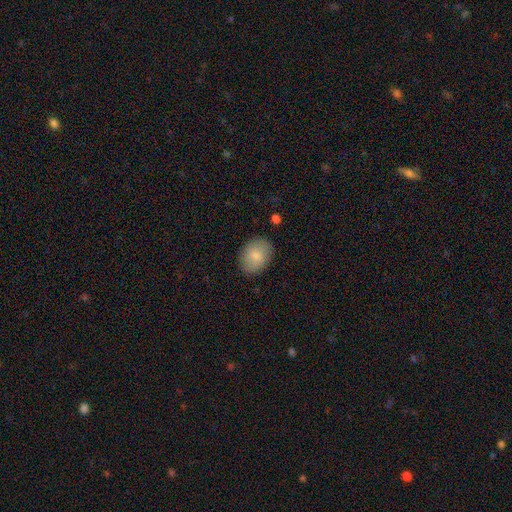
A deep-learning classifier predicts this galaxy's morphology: Smooth or featured? Predicted: smooth (p=0.83). How rounded? Predicted: in between (p=0.68). Merging? Predicted: none (p=0.85).